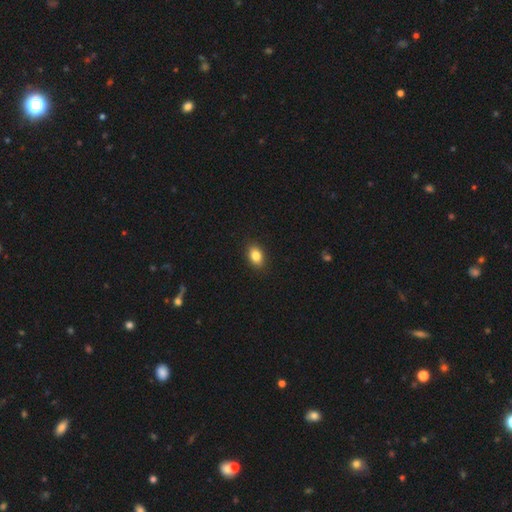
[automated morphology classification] Smooth or featured: smooth — 85% (star or artifact — 9%)
How rounded: in between — 82% (round — 17%)
Merging: none — 90% (minor disturbance — 8%)